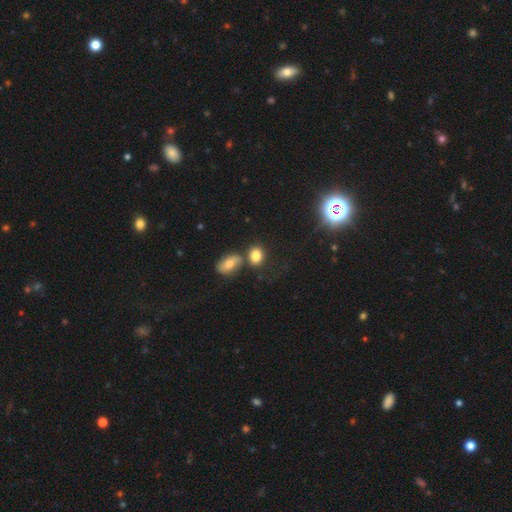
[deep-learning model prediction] This appears to be a smooth galaxy with no disk features (79%) that is in between round and cigar-shaped (60%). Merging: none (53%).